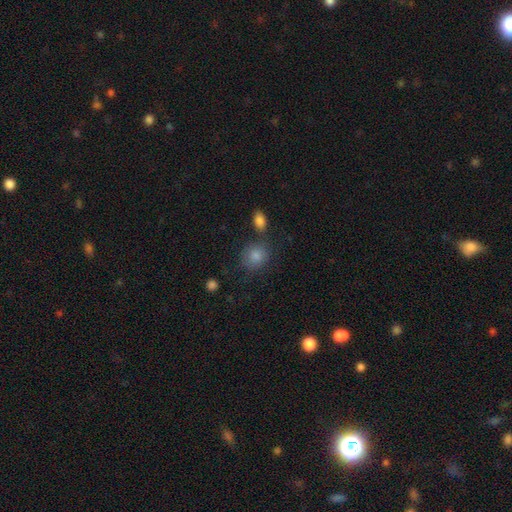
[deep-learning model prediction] The model was most divided on "how rounded": round: 74%, in between: 25%, cigar-shaped: 1%. More confident: smooth or featured — smooth (81%); merging — none (71%).